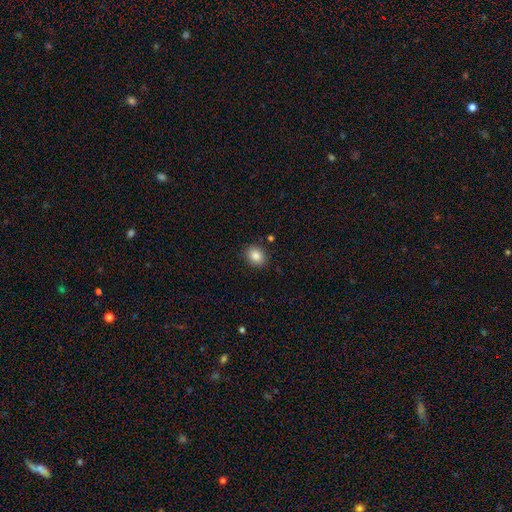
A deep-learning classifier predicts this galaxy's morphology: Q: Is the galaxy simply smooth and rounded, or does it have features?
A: smooth — 86%.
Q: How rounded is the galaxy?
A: round — 54%.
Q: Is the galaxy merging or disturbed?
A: none — 87%.